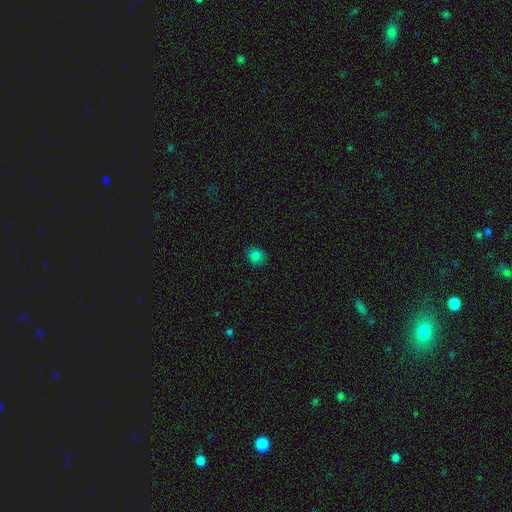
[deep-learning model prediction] Q: Smooth or featured?
A: smooth (81%); runner-up: star or artifact (13%)
Q: How rounded?
A: round (72%); runner-up: in between (27%)
Q: Merging?
A: none (87%); runner-up: minor disturbance (10%)